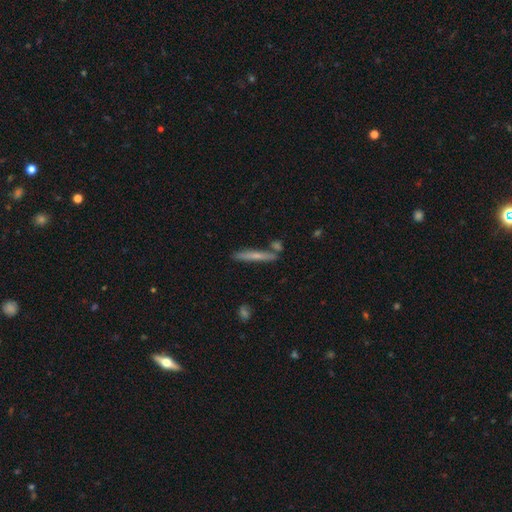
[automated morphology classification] smooth_or_featured: smooth (p=0.51) [alt: featured or disk p=0.42]
how_rounded: cigar-shaped (p=0.94) [alt: in between p=0.04]
merging: none (p=0.78) [alt: minor disturbance p=0.11]